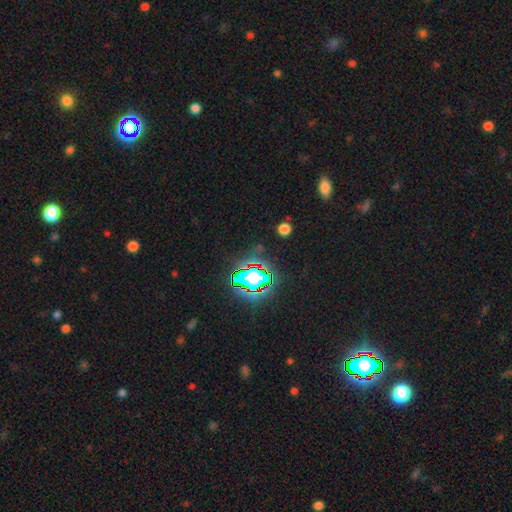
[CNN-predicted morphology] This appears to be a star or artifact, not a galaxy (77%).